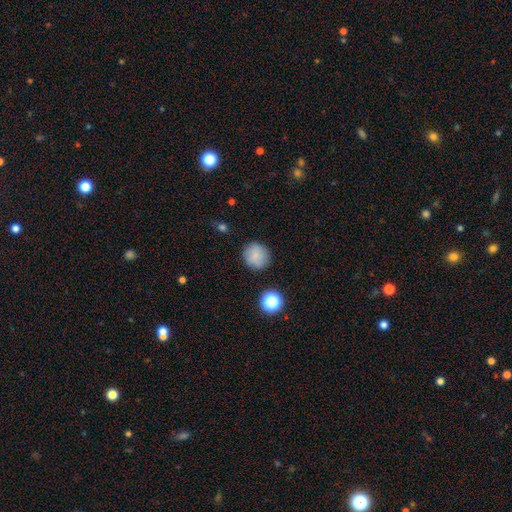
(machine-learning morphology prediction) A smooth galaxy with no disk features (81%) that is round (91%).

Vote fractions:
- Smooth or featured? smooth: 81% / star or artifact: 11% / featured or disk: 7%
- How rounded? round: 91% / in between: 8% / cigar-shaped: 1%
- Merging? none: 86% / minor disturbance: 9% / major disturbance: 3% / merger: 2%